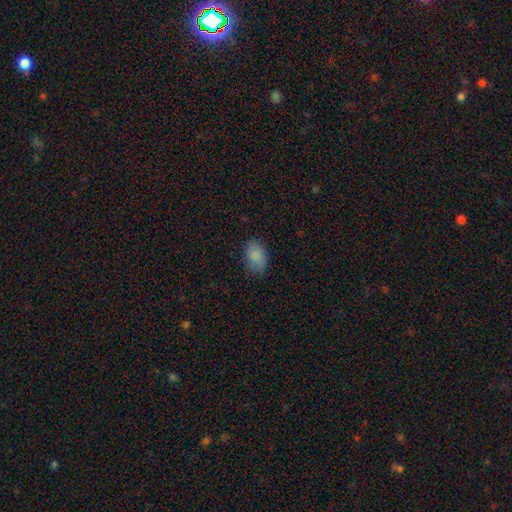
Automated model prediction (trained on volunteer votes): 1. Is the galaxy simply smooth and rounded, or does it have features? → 85% smooth, 8% star or artifact, 6% featured or disk.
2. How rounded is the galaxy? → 83% in between, 16% round, 1% cigar-shaped.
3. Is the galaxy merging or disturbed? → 79% none, 16% minor disturbance, 4% major disturbance, 1% merger.